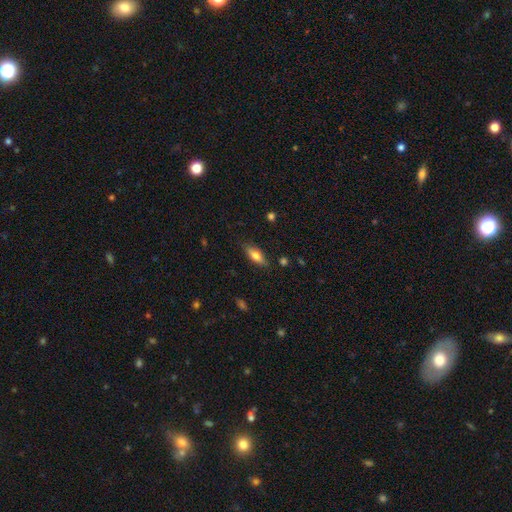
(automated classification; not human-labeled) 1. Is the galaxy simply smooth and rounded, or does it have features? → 63% smooth, 30% featured or disk, 7% star or artifact.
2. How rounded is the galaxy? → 63% in between, 34% cigar-shaped, 3% round.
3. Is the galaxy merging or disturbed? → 82% none, 13% minor disturbance, 3% major disturbance, 2% merger.